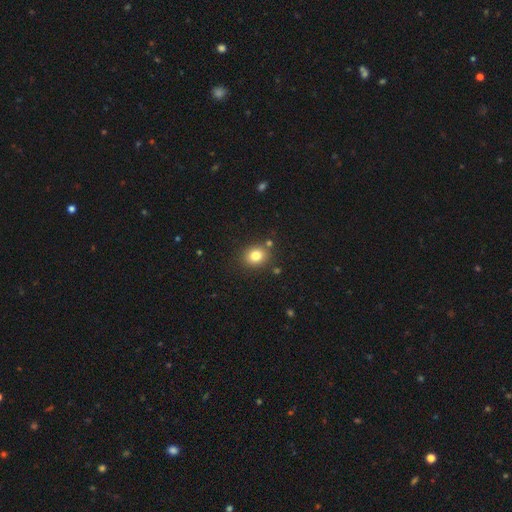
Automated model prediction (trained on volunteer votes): Smooth or featured? Predicted: smooth (p=0.81). How rounded? Predicted: round (p=0.66). Merging? Predicted: none (p=0.82).